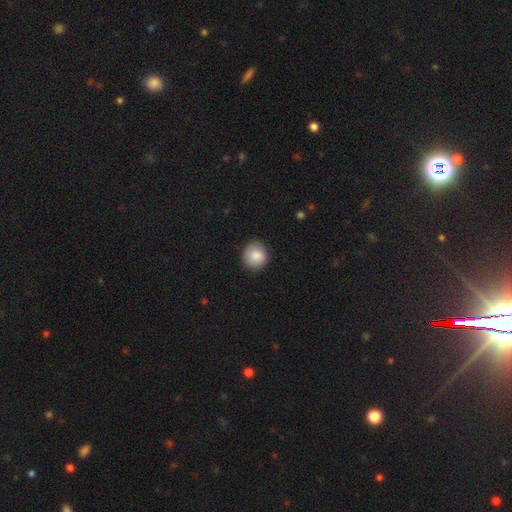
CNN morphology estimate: Smooth or featured: smooth — 88% (star or artifact — 7%)
How rounded: round — 86% (in between — 13%)
Merging: none — 87% (minor disturbance — 10%)